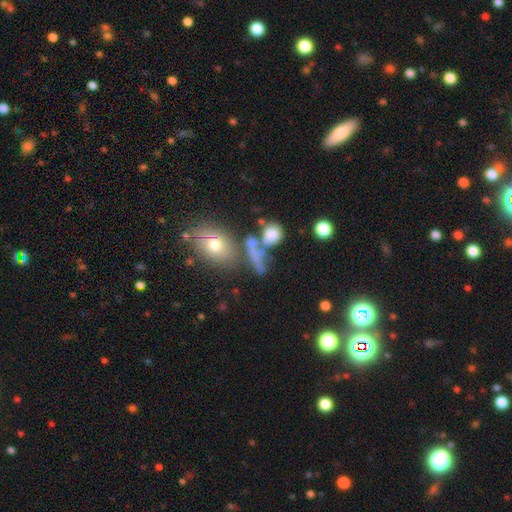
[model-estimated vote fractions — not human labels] Overall: smooth (61%; featured or disk 23%). How rounded: in between (40%; round 38%). Merging: merger (36%; none 35%).